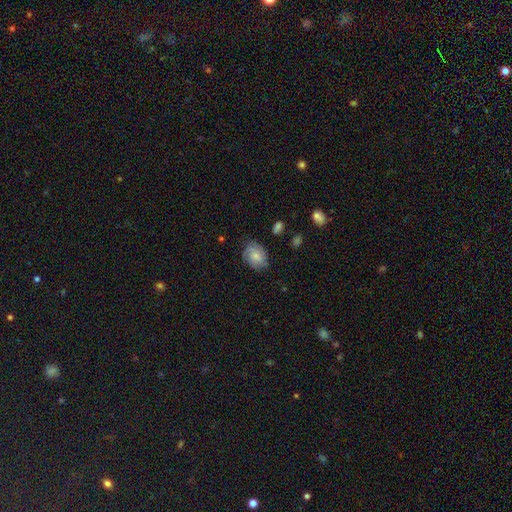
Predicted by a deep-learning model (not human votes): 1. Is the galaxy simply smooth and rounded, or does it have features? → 55% smooth, 37% featured or disk, 8% star or artifact.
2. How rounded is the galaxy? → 67% in between, 32% round, 1% cigar-shaped.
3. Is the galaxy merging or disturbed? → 70% none, 22% minor disturbance, 6% major disturbance, 1% merger.